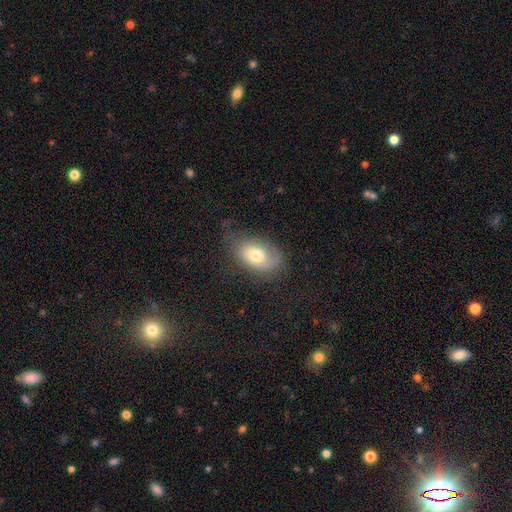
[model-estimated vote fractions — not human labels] Smooth or featured?
  - smooth: 63% *
  - featured or disk: 28%
  - star or artifact: 9%
How rounded?
  - in between: 86% *
  - round: 12%
  - cigar-shaped: 2%
Merging?
  - none: 54% *
  - minor disturbance: 29%
  - major disturbance: 15%
  - merger: 2%